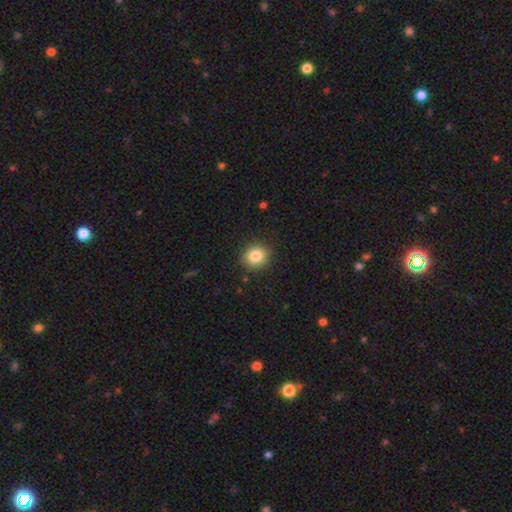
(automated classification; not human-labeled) The model was most divided on "how rounded": round: 82%, in between: 17%, cigar-shaped: 1%. More confident: merging — none (89%); smooth or featured — smooth (83%).